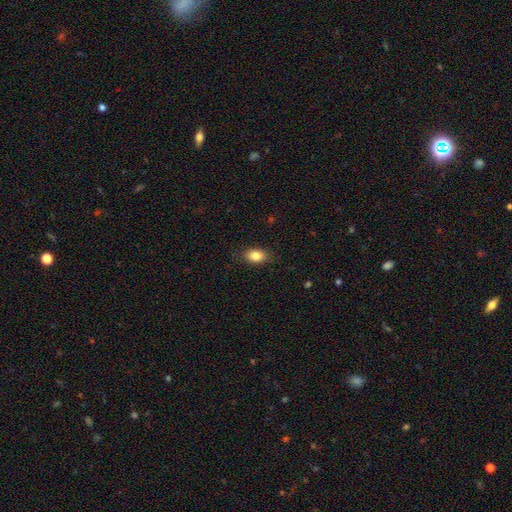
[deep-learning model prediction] smooth-or-featured: smooth: 84% | star or artifact: 8% | featured or disk: 8%
  how-rounded: in between: 84% | round: 13% | cigar-shaped: 2%
  merging: none: 86% | minor disturbance: 11% | major disturbance: 3% | merger: 1%